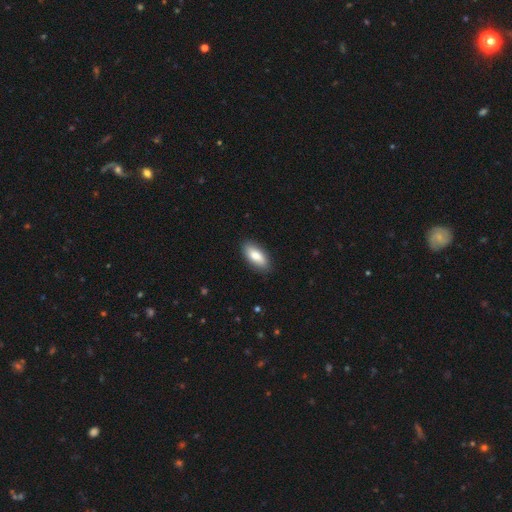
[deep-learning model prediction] Smooth or featured?
  - smooth: 83% *
  - featured or disk: 11%
  - star or artifact: 6%
How rounded?
  - in between: 85% *
  - cigar-shaped: 13%
  - round: 2%
Merging?
  - none: 87% *
  - minor disturbance: 10%
  - major disturbance: 2%
  - merger: 1%